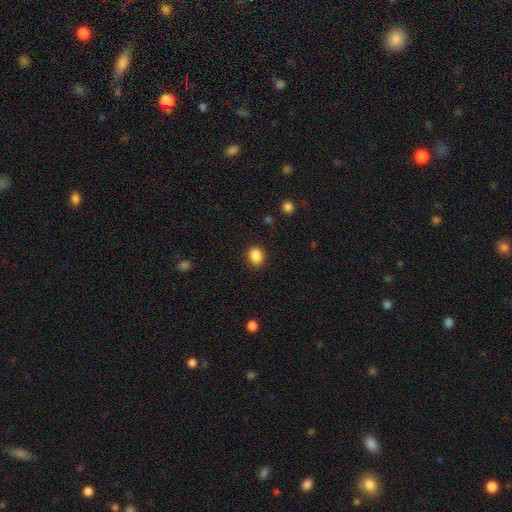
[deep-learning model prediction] smooth-or-featured: smooth: 88% | star or artifact: 9% | featured or disk: 3%
  how-rounded: in between: 50% | round: 49% | cigar-shaped: 1%
  merging: none: 87% | minor disturbance: 9% | major disturbance: 3% | merger: 1%